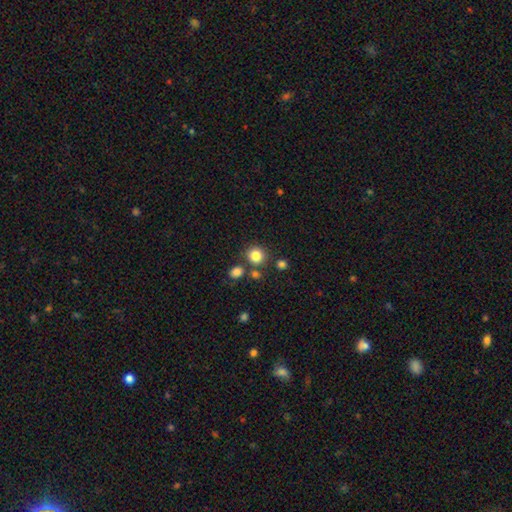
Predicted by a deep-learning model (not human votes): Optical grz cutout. It shows a smooth galaxy with no disk features (83%) that is round (90%). Merging: none (77%).